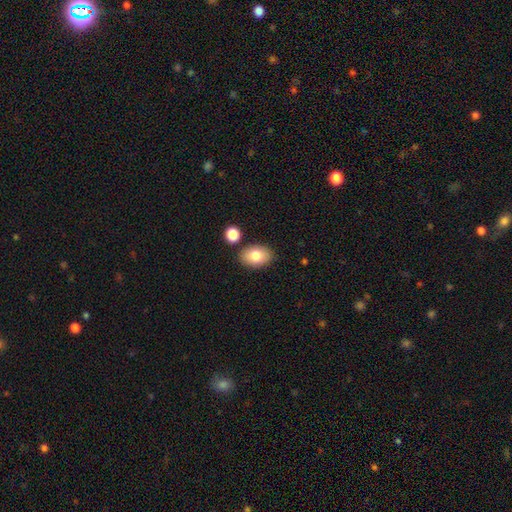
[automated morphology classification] smooth-or-featured: smooth: 81% | featured or disk: 12% | star or artifact: 8%
  how-rounded: in between: 84% | round: 15% | cigar-shaped: 1%
  merging: none: 82% | minor disturbance: 10% | merger: 5% | major disturbance: 2%